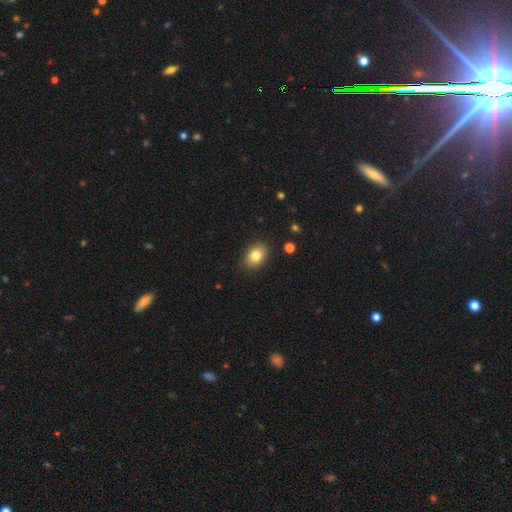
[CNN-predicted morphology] smooth-or-featured: smooth: 82% | featured or disk: 9% | star or artifact: 9%
  how-rounded: in between: 76% | round: 23% | cigar-shaped: 1%
  merging: none: 87% | minor disturbance: 9% | major disturbance: 2% | merger: 1%